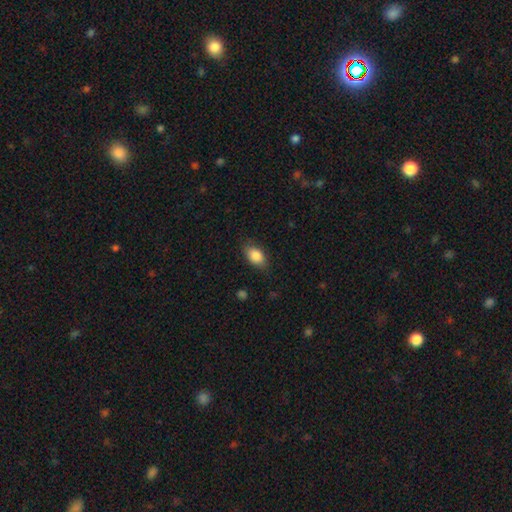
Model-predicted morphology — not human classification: type=smooth (85%); roundness=in between (86%); merging=none (81%).